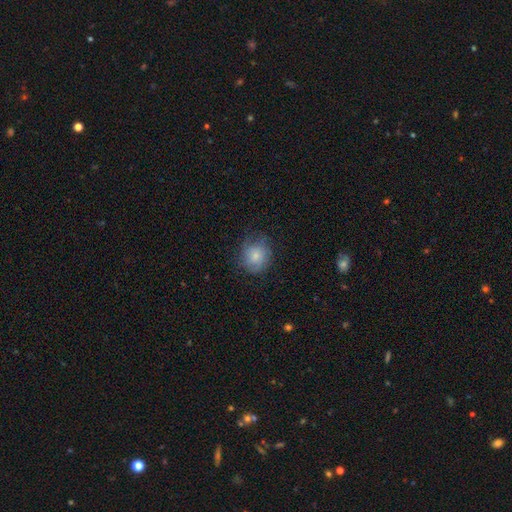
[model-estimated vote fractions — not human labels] Smooth or featured?
  - smooth: 77% *
  - featured or disk: 15%
  - star or artifact: 8%
How rounded?
  - round: 83% *
  - in between: 17%
  - cigar-shaped: 1%
Merging?
  - none: 69% *
  - minor disturbance: 22%
  - major disturbance: 8%
  - merger: 1%